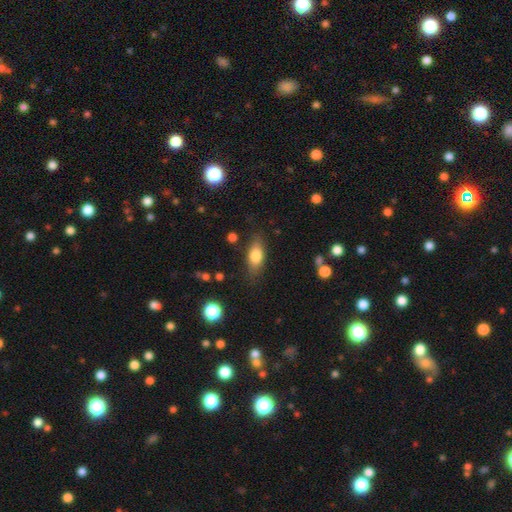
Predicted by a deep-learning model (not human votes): A smooth galaxy with no disk features (76%) that is in between round and cigar-shaped (79%). Merging: none (79%).